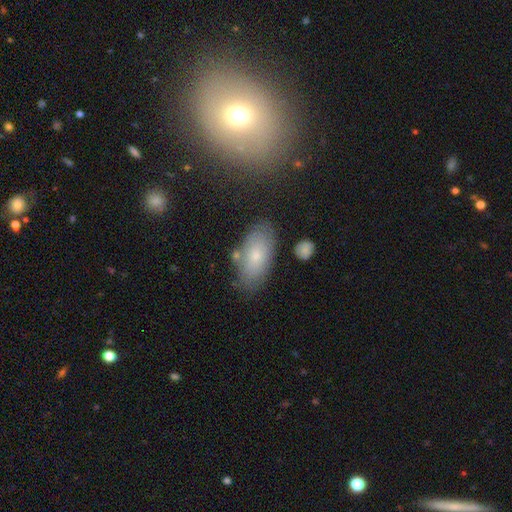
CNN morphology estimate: type=smooth (71%); roundness=in between (93%); merging=none (73%).